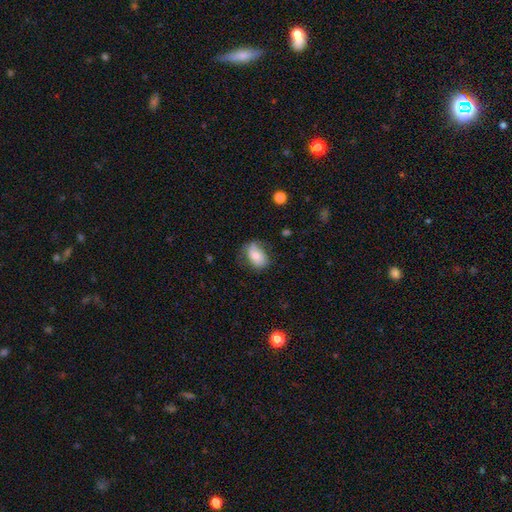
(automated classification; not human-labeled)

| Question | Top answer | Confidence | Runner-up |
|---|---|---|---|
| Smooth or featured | smooth | 68% | featured or disk (24%) |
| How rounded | in between | 81% | round (18%) |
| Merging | none | 59% | minor disturbance (29%) |